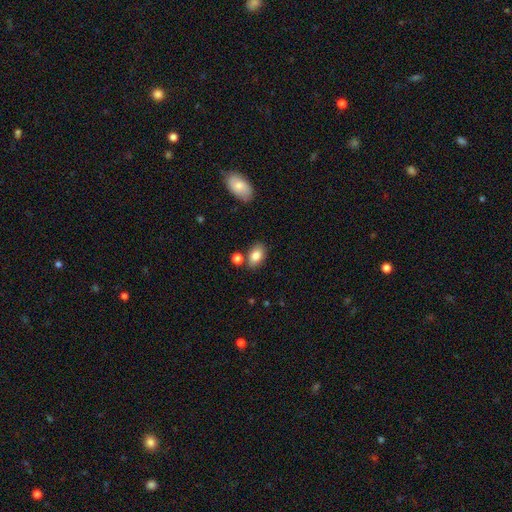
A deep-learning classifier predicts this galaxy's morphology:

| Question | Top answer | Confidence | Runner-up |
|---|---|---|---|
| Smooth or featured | smooth | 84% | featured or disk (8%) |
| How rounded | in between | 88% | round (11%) |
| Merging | none | 74% | minor disturbance (14%) |